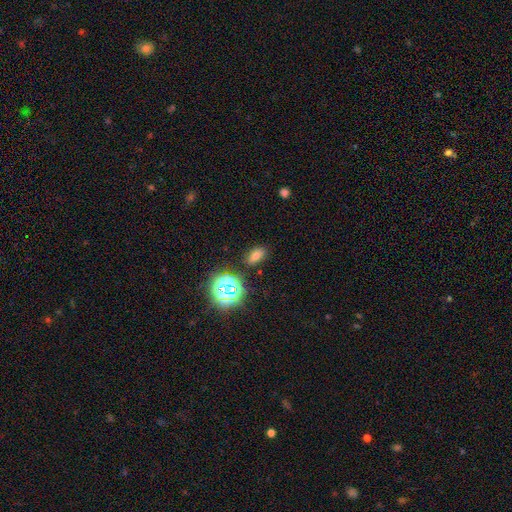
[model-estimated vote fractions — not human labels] The model was most divided on "smooth or featured": smooth: 62%, star or artifact: 28%, featured or disk: 10%. More confident: merging — none (84%); how rounded — in between (81%).